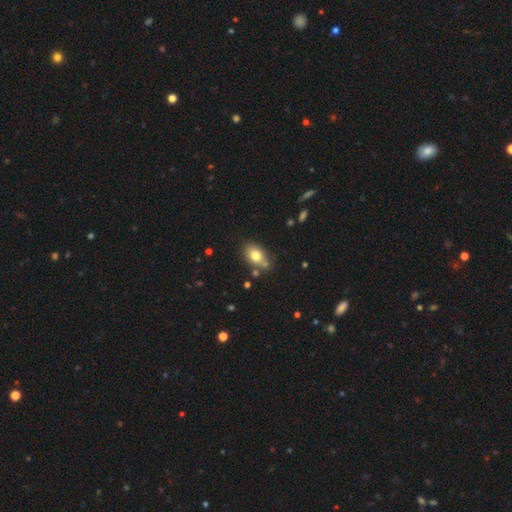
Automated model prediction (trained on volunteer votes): smooth_or_featured: smooth (p=0.77) [alt: featured or disk p=0.14]
how_rounded: in between (p=0.76) [alt: round p=0.22]
merging: none (p=0.67) [alt: minor disturbance p=0.16]